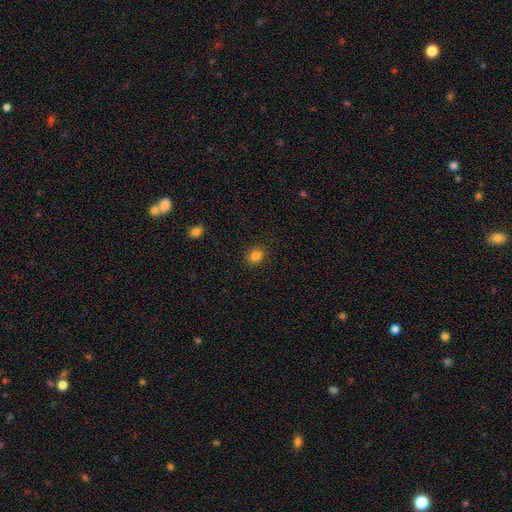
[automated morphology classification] Smooth or featured?
  - smooth: 84% *
  - star or artifact: 11%
  - featured or disk: 5%
How rounded?
  - round: 51% *
  - in between: 48%
  - cigar-shaped: 1%
Merging?
  - none: 89% *
  - minor disturbance: 8%
  - major disturbance: 2%
  - merger: 1%